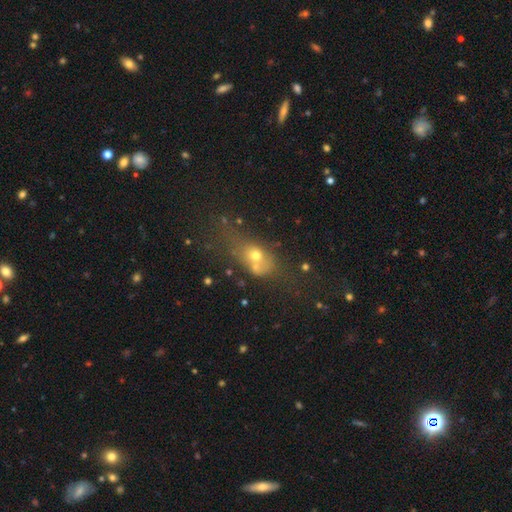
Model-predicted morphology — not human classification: smooth-or-featured: smooth: 54% | featured or disk: 24% | star or artifact: 22%
  how-rounded: in between: 55% | round: 36% | cigar-shaped: 9%
  merging: none: 33% | merger: 31% | major disturbance: 20% | minor disturbance: 17%